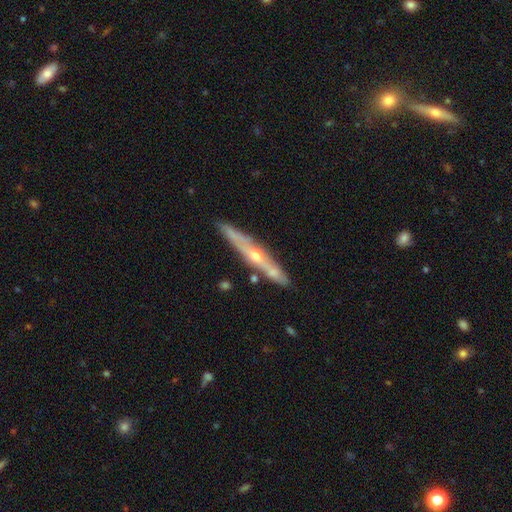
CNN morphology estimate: Q: Smooth or featured?
A: featured or disk (73%); runner-up: smooth (21%)
Q: Edge-on disk?
A: yes (90%); runner-up: no (10%)
Q: Edge-on bulge?
A: rounded (83%); runner-up: none (15%)
Q: Merging?
A: none (82%); runner-up: minor disturbance (11%)